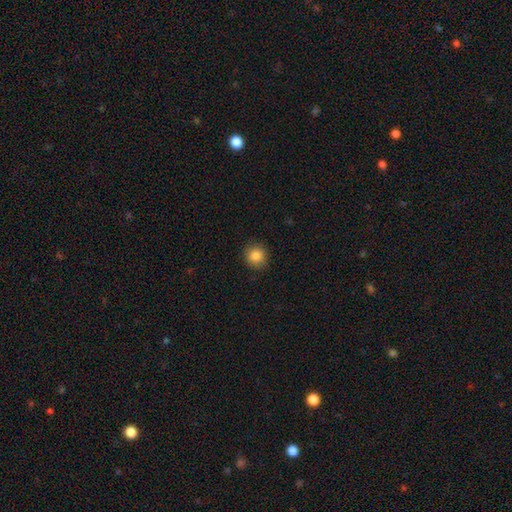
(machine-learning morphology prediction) Overall: smooth (86%). How rounded: round (90%). Merging: none (90%).